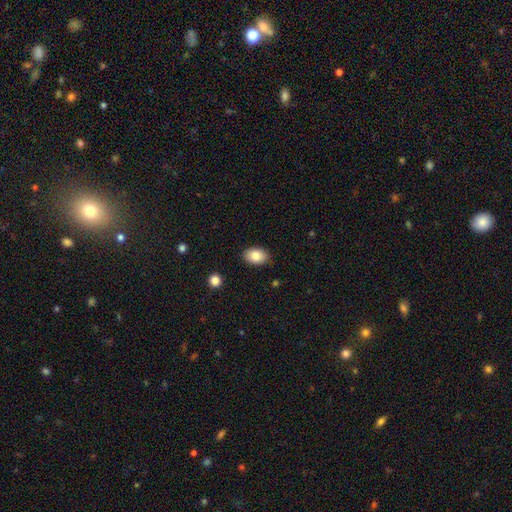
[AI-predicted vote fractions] A smooth galaxy with no disk features (84%) that is in between round and cigar-shaped (86%).

Vote fractions:
- Smooth or featured? smooth: 84% / featured or disk: 9% / star or artifact: 8%
- How rounded? in between: 86% / round: 13% / cigar-shaped: 1%
- Merging? none: 86% / minor disturbance: 11% / major disturbance: 2% / merger: 1%